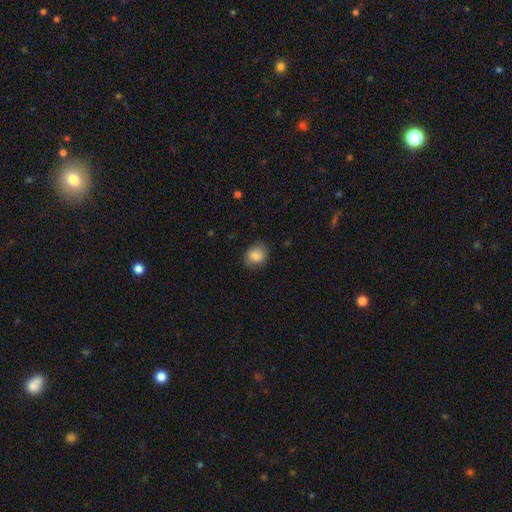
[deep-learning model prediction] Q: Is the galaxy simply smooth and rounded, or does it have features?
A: smooth — 81%.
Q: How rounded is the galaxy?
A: round — 60%.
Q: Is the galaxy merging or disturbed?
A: none — 77%.